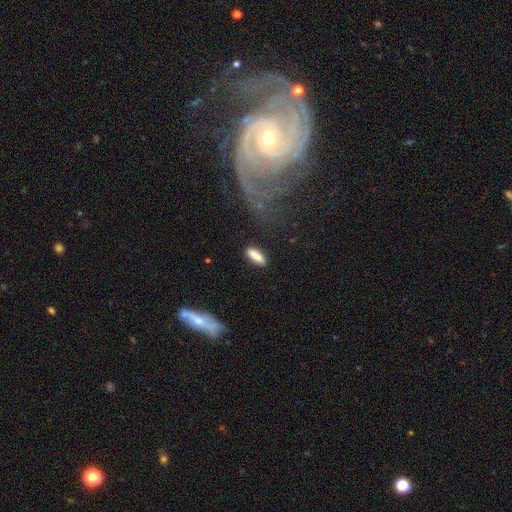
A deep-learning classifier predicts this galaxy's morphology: A smooth galaxy with no disk features (85%) that is cigar-shaped (55%). Merging: none (85%).